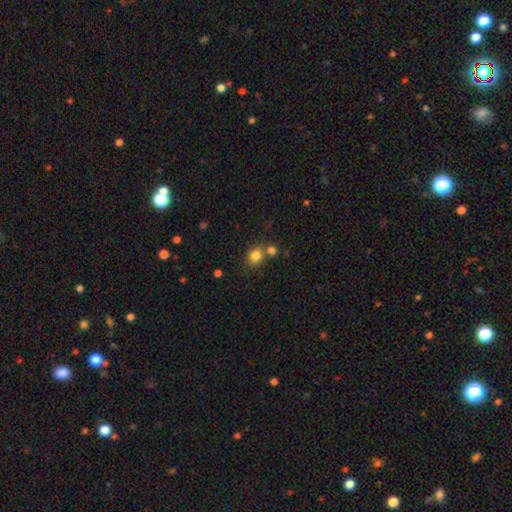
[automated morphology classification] smooth-or-featured: smooth: 83% | star or artifact: 11% | featured or disk: 7%
  how-rounded: round: 59% | in between: 40% | cigar-shaped: 1%
  merging: none: 59% | merger: 26% | minor disturbance: 11% | major disturbance: 4%